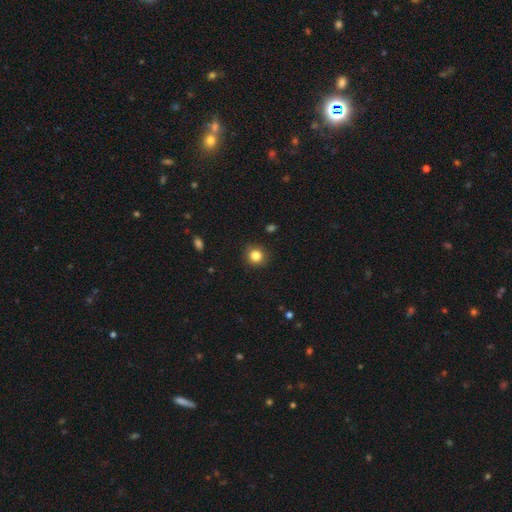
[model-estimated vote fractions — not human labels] smooth 83%, star or artifact 11%, featured or disk 5%. Down the decision tree: how rounded — round (89%); merging — none (90%).